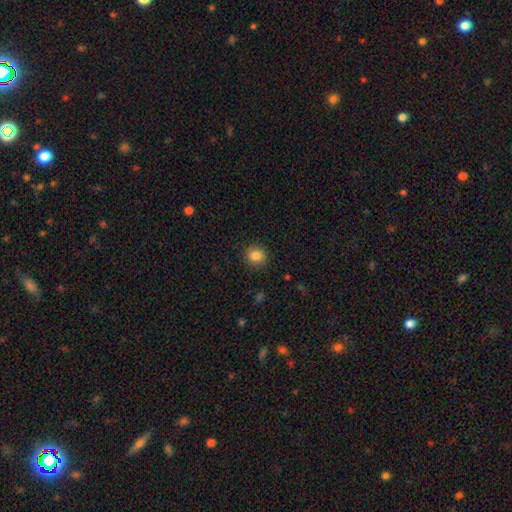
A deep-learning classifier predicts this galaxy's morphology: This appears to be a smooth galaxy with no disk features (85%) that is round (86%). Merging: none (89%).